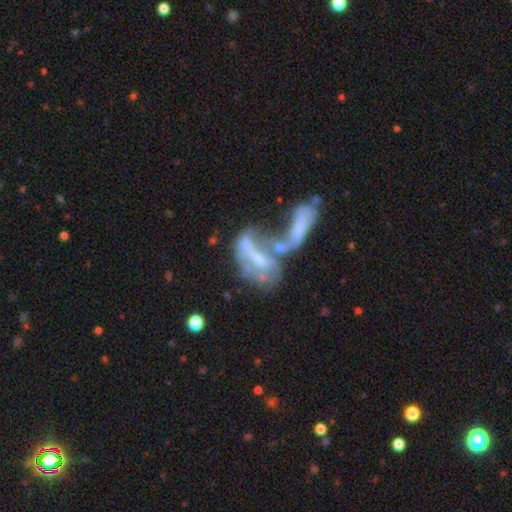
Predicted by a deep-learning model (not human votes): Morphology: type=featured or disk (66%); edge-on=no (88%); bar=no (48%); spiral arms=no (63%); bulge=small (48%); merging=merger (66%).